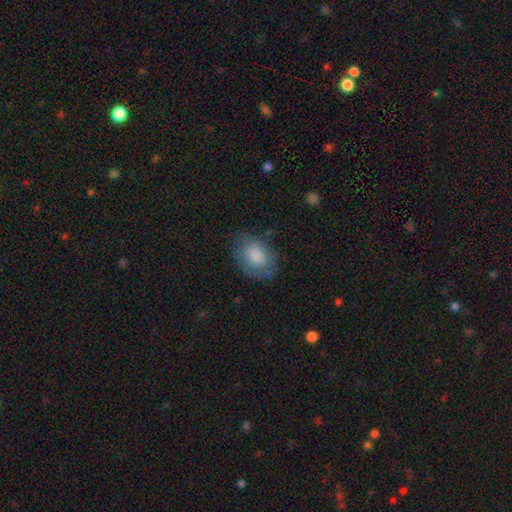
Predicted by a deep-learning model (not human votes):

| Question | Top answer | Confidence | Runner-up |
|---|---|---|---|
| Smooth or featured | smooth | 81% | featured or disk (12%) |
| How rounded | in between | 65% | round (34%) |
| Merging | none | 69% | minor disturbance (21%) |